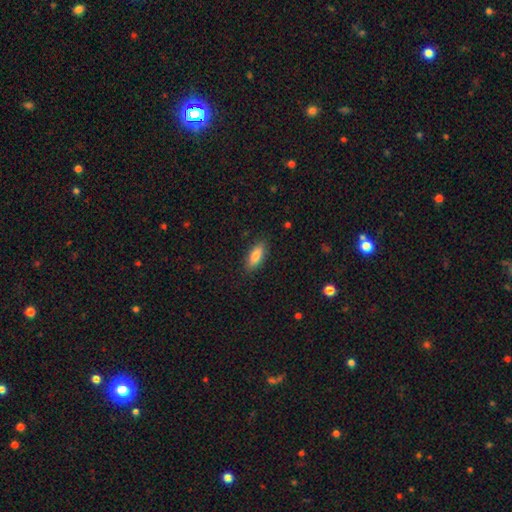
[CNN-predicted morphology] smooth-or-featured: smooth: 82% | featured or disk: 12% | star or artifact: 7%
  how-rounded: in between: 74% | cigar-shaped: 24% | round: 2%
  merging: none: 87% | minor disturbance: 10% | major disturbance: 2% | merger: 1%